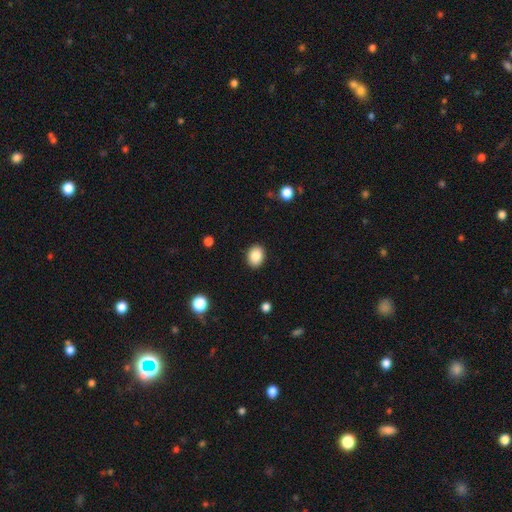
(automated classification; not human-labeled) Q: Smooth or featured?
A: smooth (87%); runner-up: star or artifact (8%)
Q: How rounded?
A: in between (59%); runner-up: round (40%)
Q: Merging?
A: none (90%); runner-up: minor disturbance (7%)